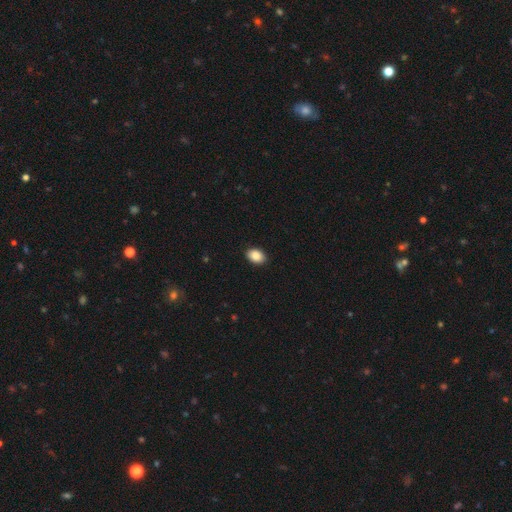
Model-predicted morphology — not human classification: type=smooth (89%); roundness=in between (80%); merging=none (90%).